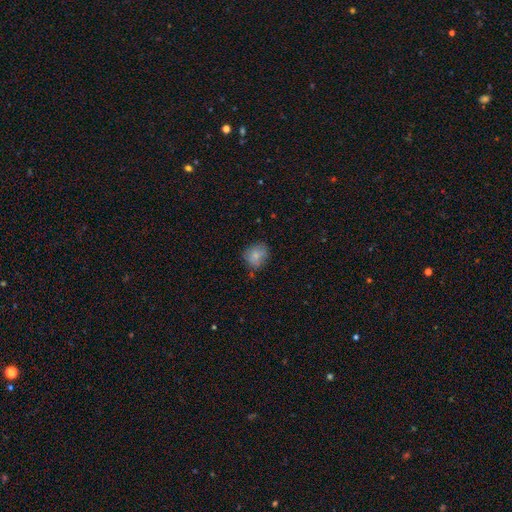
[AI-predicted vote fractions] Overall: smooth (79%). How rounded: round (69%; in between 30%). Merging: none (69%).